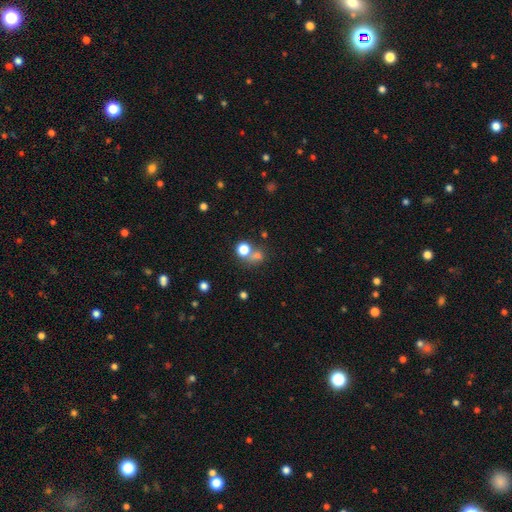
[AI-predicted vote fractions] smooth-or-featured: smooth: 65% | star or artifact: 25% | featured or disk: 10%
  how-rounded: round: 82% | in between: 17% | cigar-shaped: 1%
  merging: none: 51% | merger: 37% | minor disturbance: 7% | major disturbance: 5%